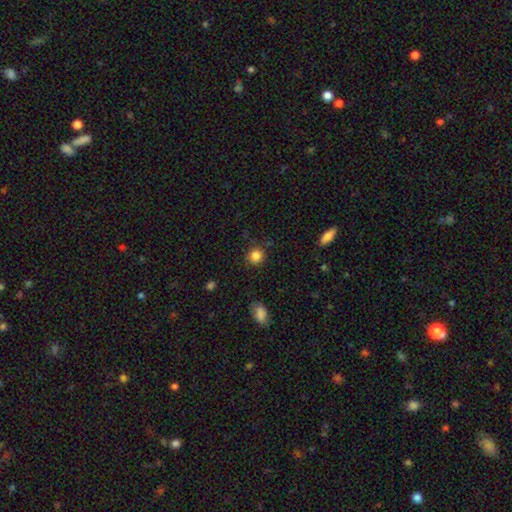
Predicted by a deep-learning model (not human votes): This is clearly a smooth galaxy (85%). How rounded: clearly round (89%). Merging: clearly none (84%).